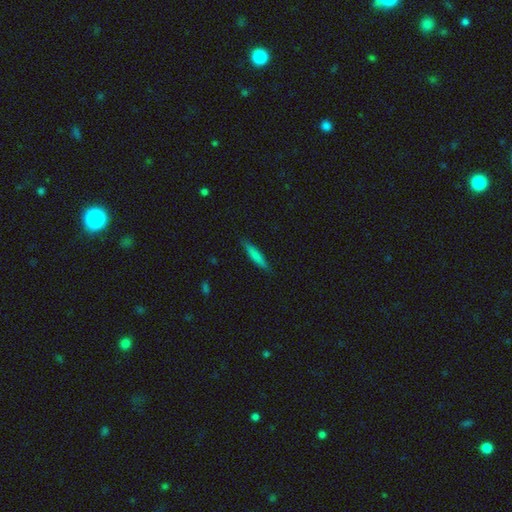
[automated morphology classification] smooth 75%, featured or disk 18%, star or artifact 6%. Down the decision tree: how rounded — cigar-shaped (88%); merging — none (87%).